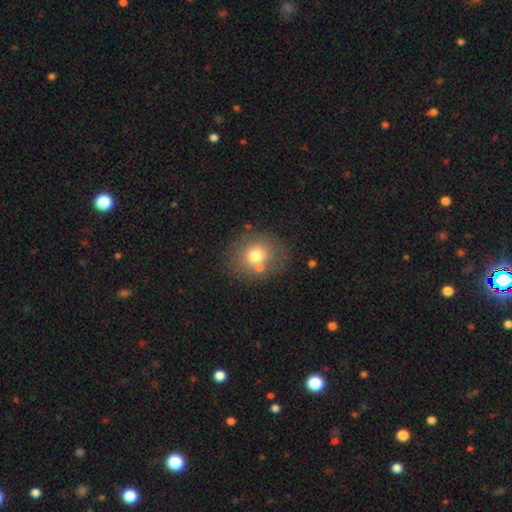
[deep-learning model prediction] Smooth or featured?
  - smooth: 71% *
  - featured or disk: 17%
  - star or artifact: 12%
How rounded?
  - round: 75% *
  - in between: 24%
  - cigar-shaped: 1%
Merging?
  - none: 72% *
  - minor disturbance: 12%
  - merger: 11%
  - major disturbance: 5%